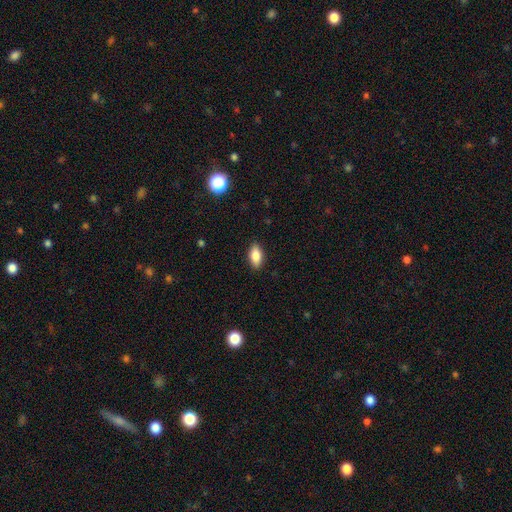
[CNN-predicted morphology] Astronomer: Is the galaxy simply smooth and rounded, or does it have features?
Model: smooth — 85%.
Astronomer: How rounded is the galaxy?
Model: in between — 88%.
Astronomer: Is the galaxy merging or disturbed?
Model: none — 89%.